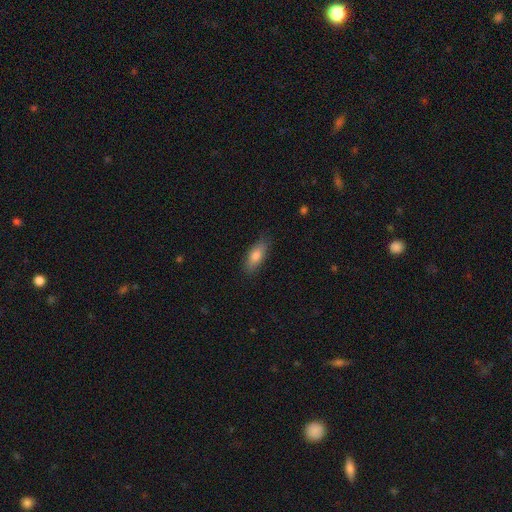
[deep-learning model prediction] Smooth or featured? Predicted: smooth (p=0.79). How rounded? Predicted: in between (p=0.74). Merging? Predicted: none (p=0.85).